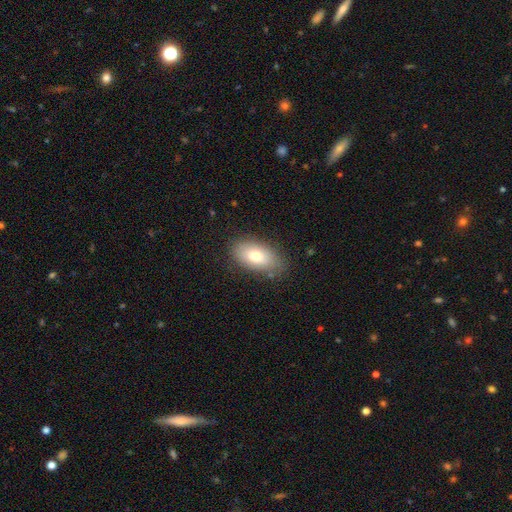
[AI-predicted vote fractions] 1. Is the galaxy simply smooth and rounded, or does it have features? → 73% smooth, 18% featured or disk, 8% star or artifact.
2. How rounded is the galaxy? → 91% in between, 7% round, 2% cigar-shaped.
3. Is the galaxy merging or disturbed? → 81% none, 14% minor disturbance, 4% major disturbance, 1% merger.